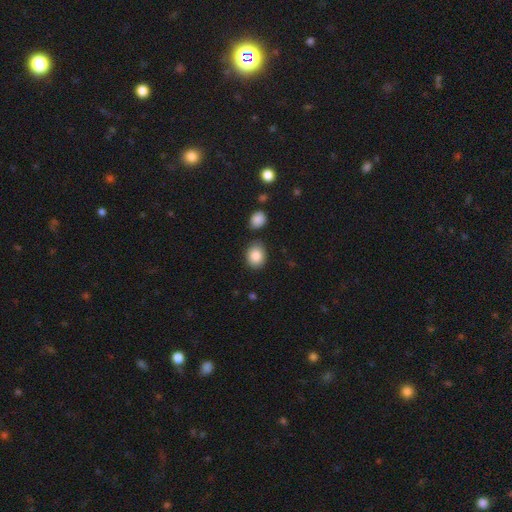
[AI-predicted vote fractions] Smooth or featured? smooth (87%)
How rounded? in between (56%)
Merging? none (77%)